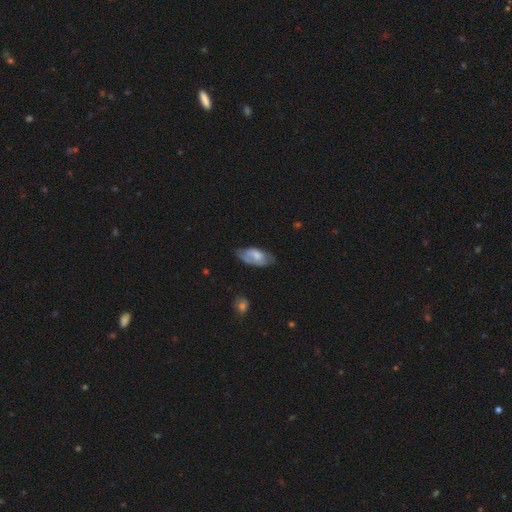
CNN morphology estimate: Smooth or featured? Predicted: smooth (p=0.58). How rounded? Predicted: in between (p=0.92). Merging? Predicted: none (p=0.51).